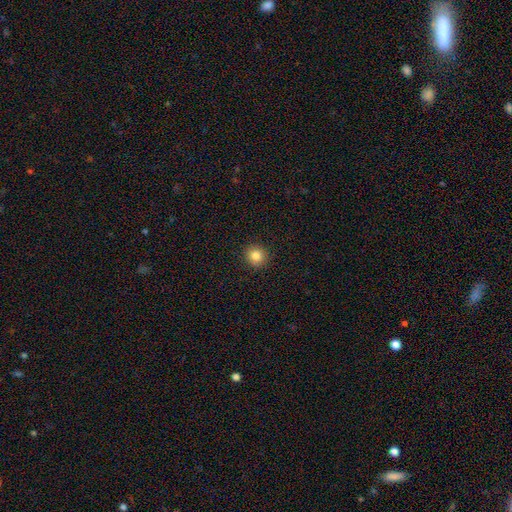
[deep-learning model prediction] This is clearly a smooth galaxy (84%). How rounded: clearly round (92%). Merging: clearly none (92%).